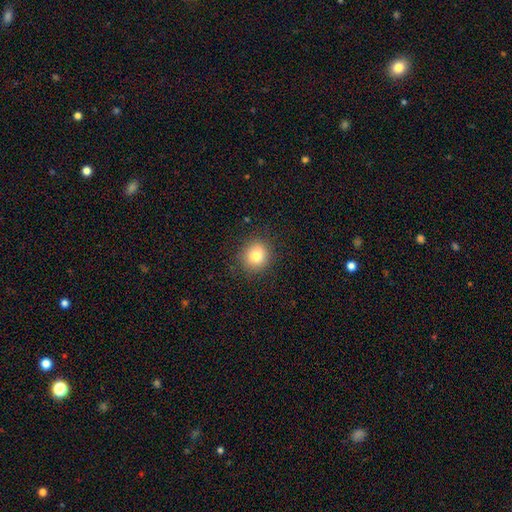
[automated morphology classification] This appears to be a smooth galaxy with no disk features (79%) that is round (87%). Merging: none (88%).